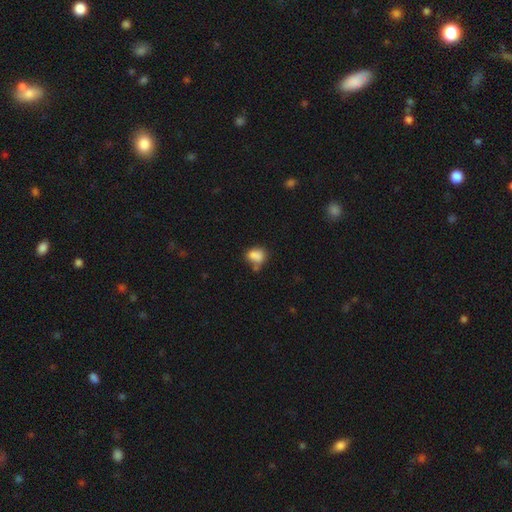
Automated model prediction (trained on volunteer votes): Morphology: type=smooth (81%); roundness=in between (58%); merging=none (44%).